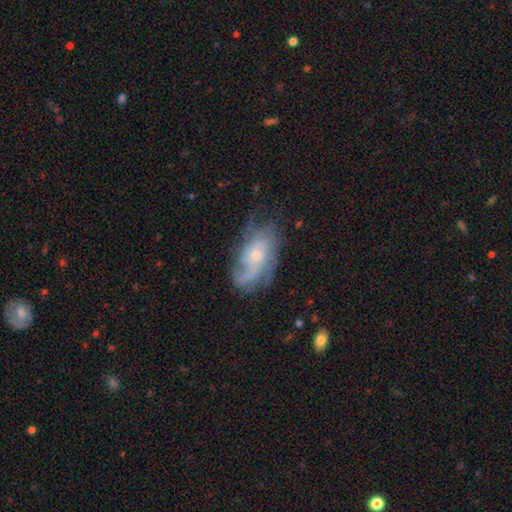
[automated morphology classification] Overall: featured or disk (78%). Edge-on disk: no (95%). Bar: no (73%). Spiral arms: yes (91%). Spiral arm count: can't tell (35%; 2 22%). Spiral winding: medium (41%; tight 35%). Bulge size: small (61%; moderate 34%). Merging: none (60%; minor disturbance 23%).